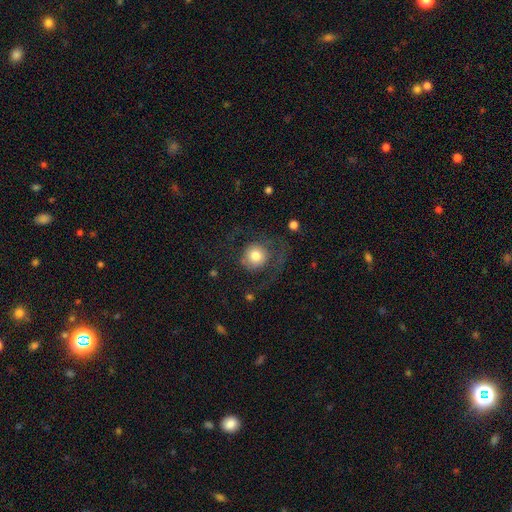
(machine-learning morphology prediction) Q: Smooth or featured?
A: smooth (64%); runner-up: featured or disk (27%)
Q: How rounded?
A: round (89%); runner-up: in between (10%)
Q: Merging?
A: none (47%); runner-up: major disturbance (35%)